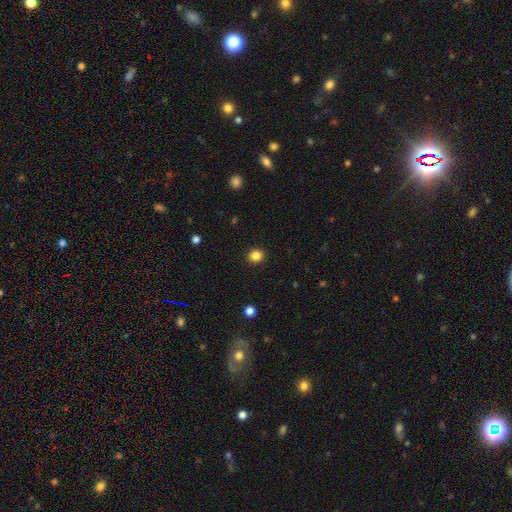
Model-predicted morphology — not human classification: Smooth or featured? Predicted: smooth (p=0.85). How rounded? Predicted: round (p=0.71). Merging? Predicted: none (p=0.91).